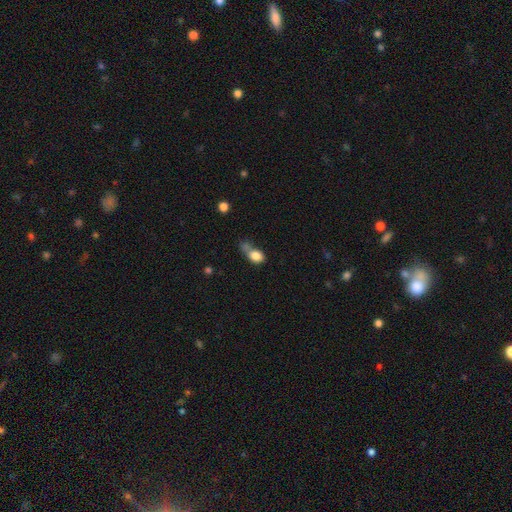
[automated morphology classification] A smooth galaxy with no disk features (80%) that is in between round and cigar-shaped (61%).

Vote fractions:
- Smooth or featured? smooth: 80% / featured or disk: 10% / star or artifact: 9%
- How rounded? in between: 61% / round: 37% / cigar-shaped: 3%
- Merging? merger: 36% / none: 29% / minor disturbance: 19% / major disturbance: 15%